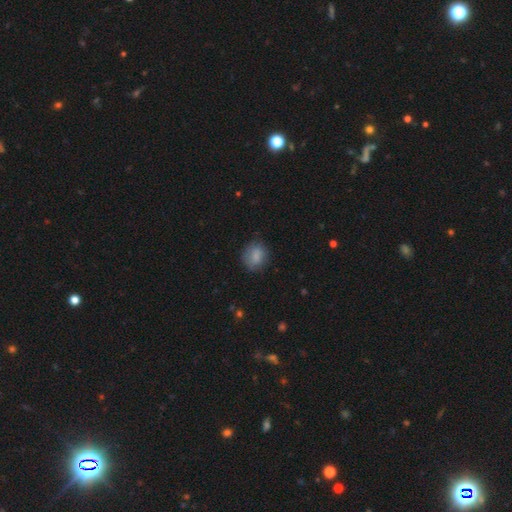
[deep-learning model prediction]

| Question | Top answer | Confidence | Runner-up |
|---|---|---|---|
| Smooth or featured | smooth | 81% | featured or disk (11%) |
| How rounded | round | 64% | in between (34%) |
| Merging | none | 73% | minor disturbance (19%) |